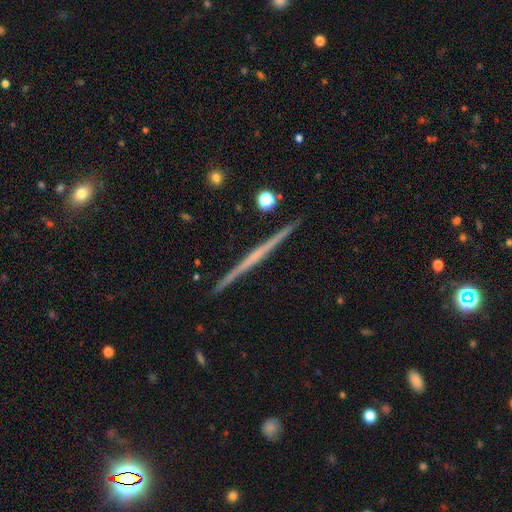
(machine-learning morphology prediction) type=featured or disk (73%); edge-on=yes (98%); edge-on bulge=none (74%); merging=none (93%).